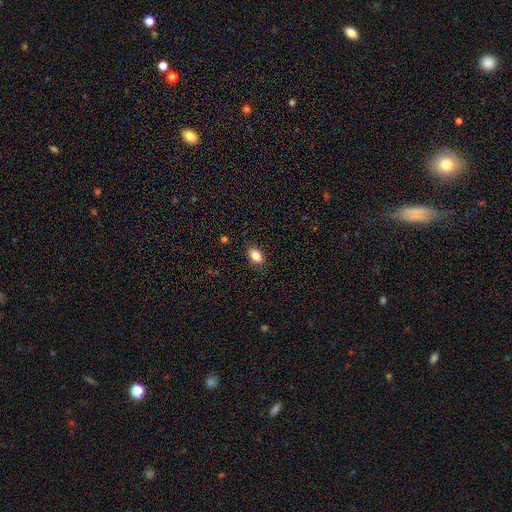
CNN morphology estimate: This appears to be a smooth galaxy with no disk features (85%) that is in between round and cigar-shaped (82%). Merging: none (86%).